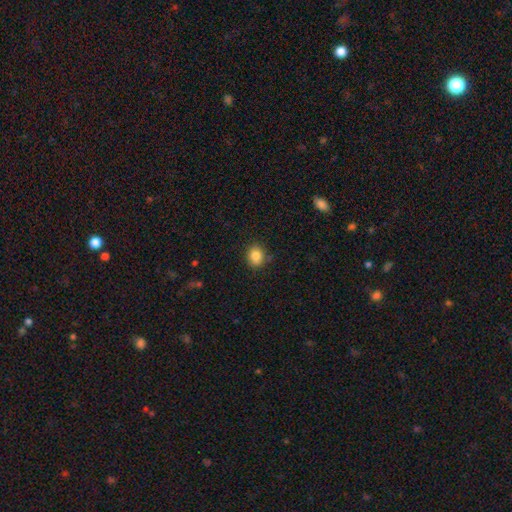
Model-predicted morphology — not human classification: smooth 85%, star or artifact 10%, featured or disk 6%. Down the decision tree: how rounded — round (66%); merging — none (82%).